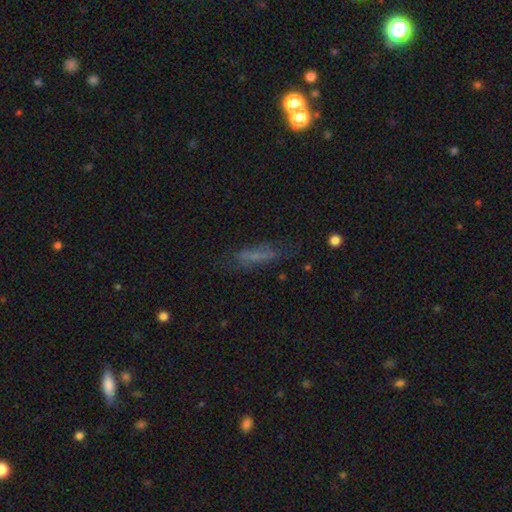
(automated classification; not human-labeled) Overall: smooth (53%; featured or disk 29%). How rounded: cigar-shaped (69%). Merging: none (66%).